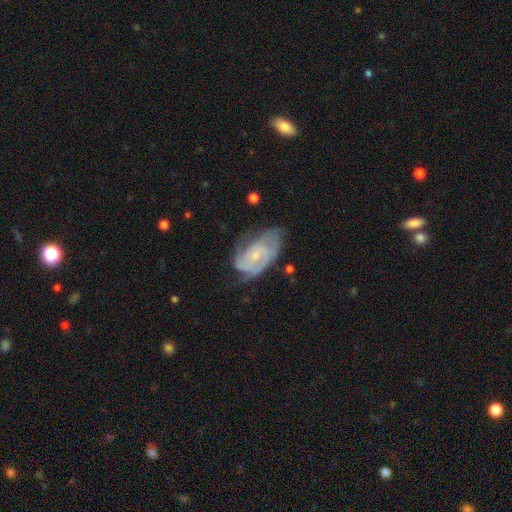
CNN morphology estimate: The model was most divided on "spiral arm count": 2: 41%, can't tell: 29%, 3: 18%, 1: 6%, 4: 4%, more than 4: 3%. Remaining: edge-on disk — no (97%); spiral arms — yes (91%); smooth or featured — featured or disk (78%); bulge size — small (67%); bar — no (65%); spiral winding — tight (53%); merging — none (49%).